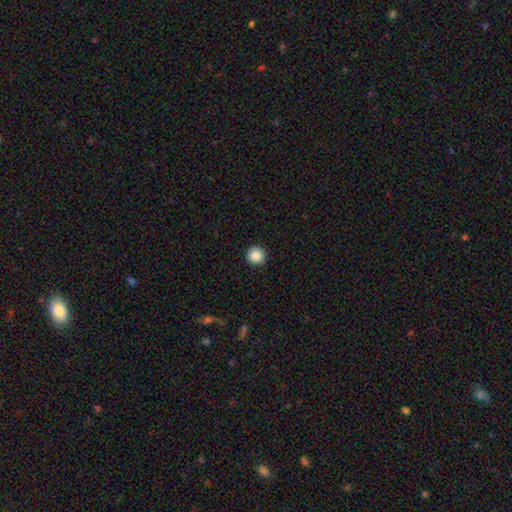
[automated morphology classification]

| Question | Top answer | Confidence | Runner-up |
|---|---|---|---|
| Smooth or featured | smooth | 87% | star or artifact (9%) |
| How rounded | round | 95% | in between (4%) |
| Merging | none | 93% | minor disturbance (5%) |